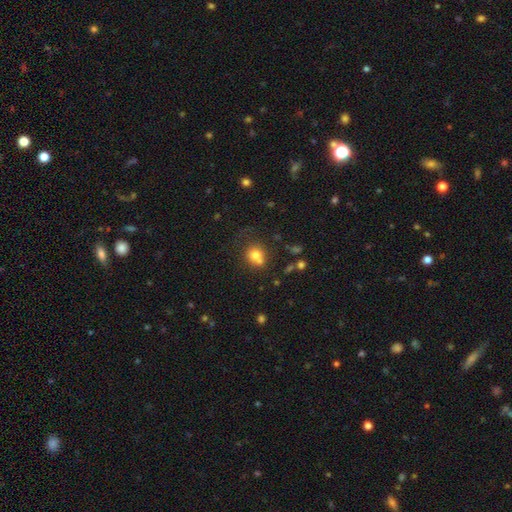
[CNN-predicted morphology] smooth 74%, featured or disk 14%, star or artifact 13%. Down the decision tree: how rounded — round (76%); merging — none (46%).